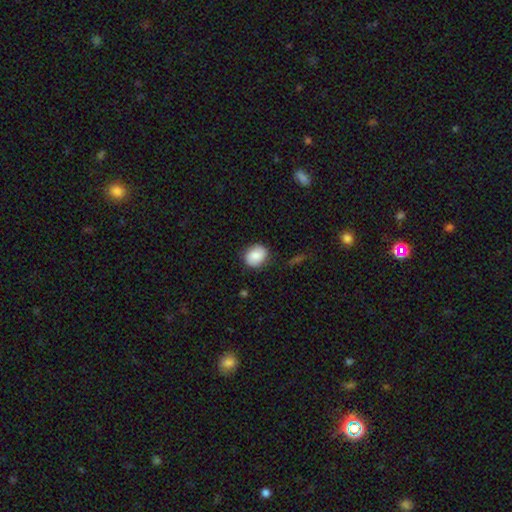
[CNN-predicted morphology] type=smooth (82%); roundness=round (61%); merging=none (81%).